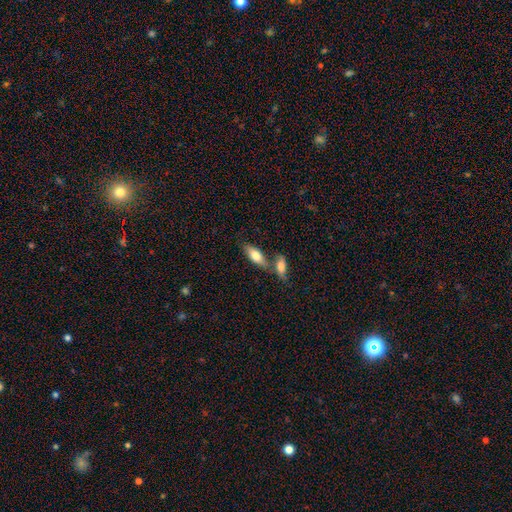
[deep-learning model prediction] A smooth galaxy with no disk features (73%) that is in between round and cigar-shaped (73%). Merging: none (51%).